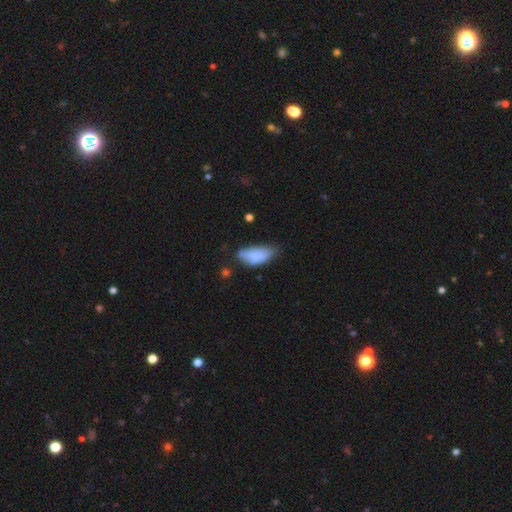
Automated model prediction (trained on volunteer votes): Q: Smooth or featured?
A: smooth (79%); runner-up: featured or disk (13%)
Q: How rounded?
A: in between (86%); runner-up: cigar-shaped (12%)
Q: Merging?
A: none (43%); runner-up: minor disturbance (38%)